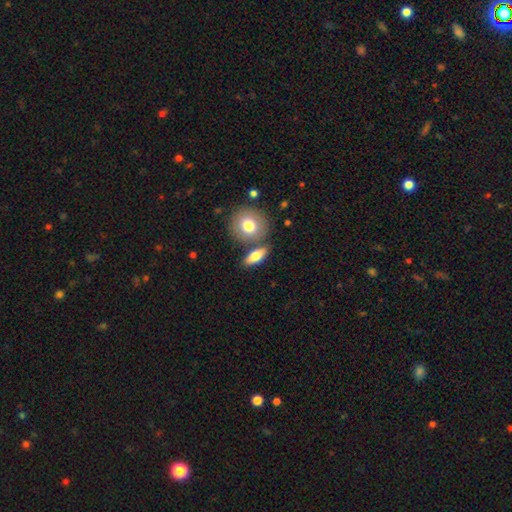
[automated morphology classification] This appears to be a smooth galaxy with no disk features (71%) that is in between round and cigar-shaped (65%). Merging: none (72%).